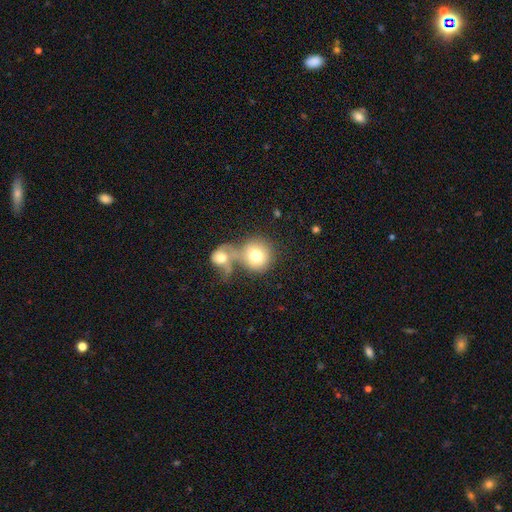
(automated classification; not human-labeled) Smooth or featured: smooth — 72% (featured or disk — 20%)
How rounded: round — 86% (in between — 14%)
Merging: merger — 62% (none — 24%)